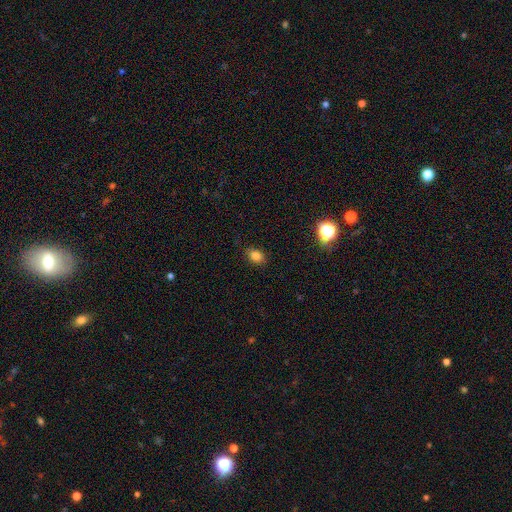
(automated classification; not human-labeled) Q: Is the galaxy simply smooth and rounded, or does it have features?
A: smooth — 82%.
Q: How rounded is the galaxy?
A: in between — 73%.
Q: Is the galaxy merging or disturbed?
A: none — 87%.